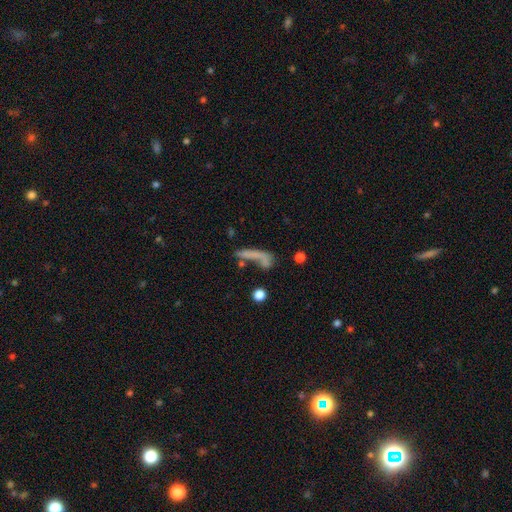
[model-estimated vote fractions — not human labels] Smooth or featured? Predicted: smooth (p=0.52). How rounded? Predicted: cigar-shaped (p=0.68). Merging? Predicted: none (p=0.36).